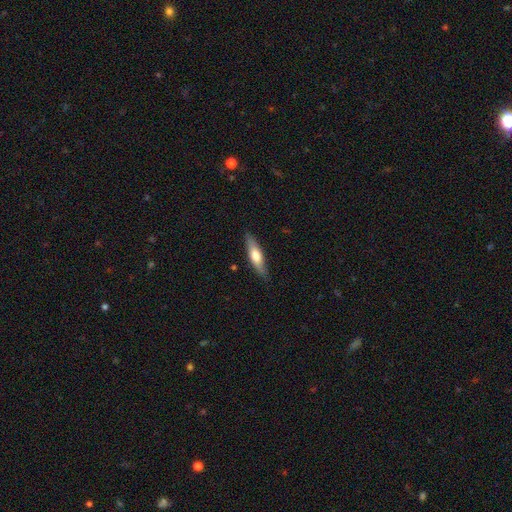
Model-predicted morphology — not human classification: This appears to be a smooth galaxy with no disk features (58%) that is cigar-shaped (67%). Merging: none (84%).